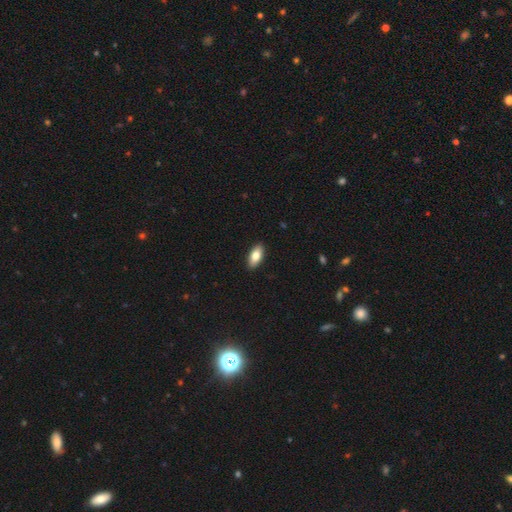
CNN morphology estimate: Smooth or featured? smooth (81%)
How rounded? in between (88%)
Merging? none (90%)